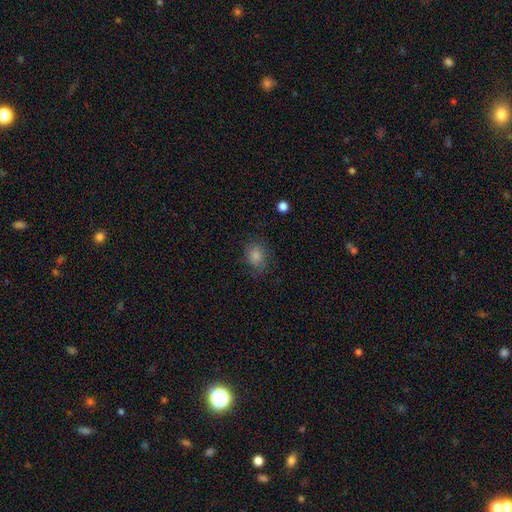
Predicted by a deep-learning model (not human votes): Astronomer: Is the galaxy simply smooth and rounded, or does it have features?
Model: smooth — 76%.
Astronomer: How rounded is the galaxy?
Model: round — 55% (runner-up: in between, 44%).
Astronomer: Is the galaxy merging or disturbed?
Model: none — 76%.